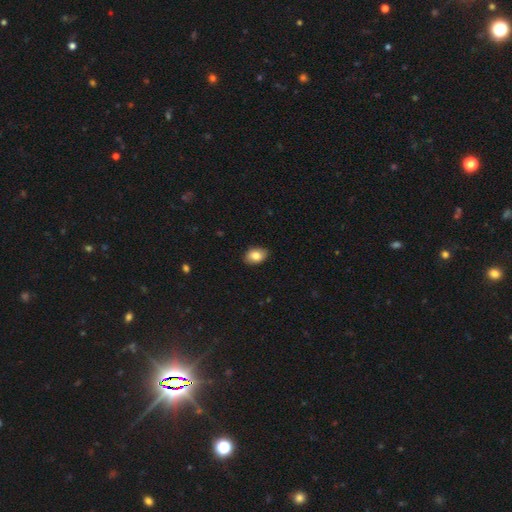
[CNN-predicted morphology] This is clearly a smooth galaxy (83%). How rounded: clearly in between (82%). Merging: clearly none (86%).